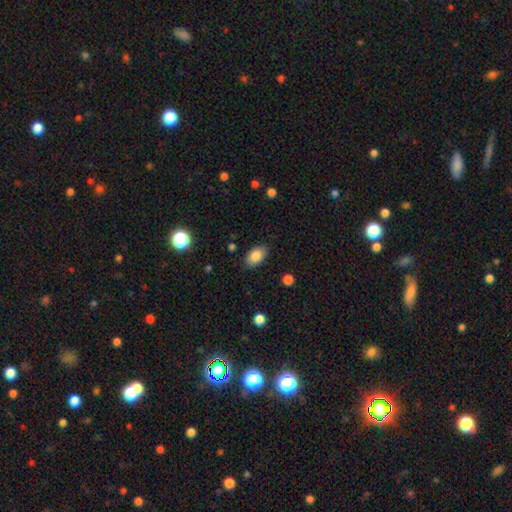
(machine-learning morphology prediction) smooth 84%, featured or disk 8%, star or artifact 8%. Down the decision tree: how rounded — in between (91%); merging — none (86%).